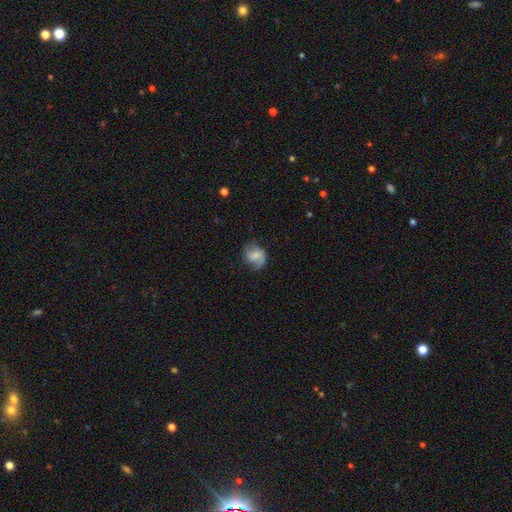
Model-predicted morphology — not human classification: Smooth or featured?
  - smooth: 53% *
  - featured or disk: 39%
  - star or artifact: 8%
How rounded?
  - round: 51% *
  - in between: 48%
  - cigar-shaped: 1%
Merging?
  - none: 63% *
  - minor disturbance: 26%
  - major disturbance: 10%
  - merger: 1%